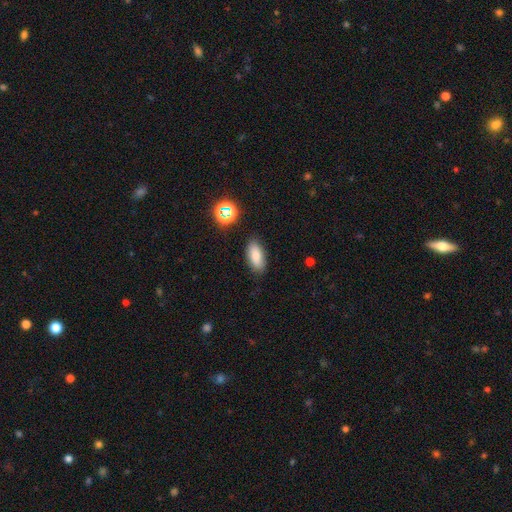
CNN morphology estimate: This is clearly a smooth galaxy (83%). How rounded: clearly in between (85%). Merging: clearly none (84%).